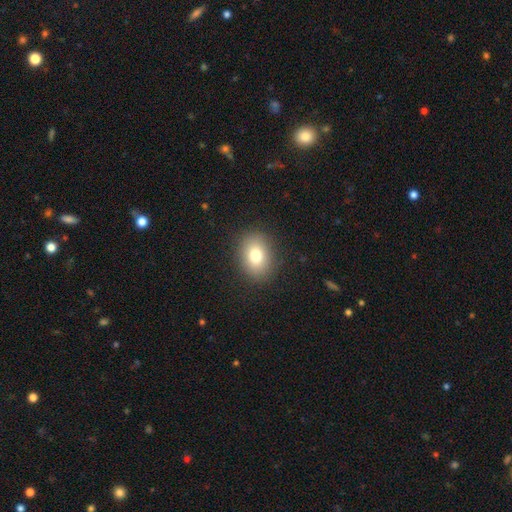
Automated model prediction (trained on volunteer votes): Smooth or featured? Predicted: smooth (p=0.78). How rounded? Predicted: in between (p=0.58). Merging? Predicted: none (p=0.88).